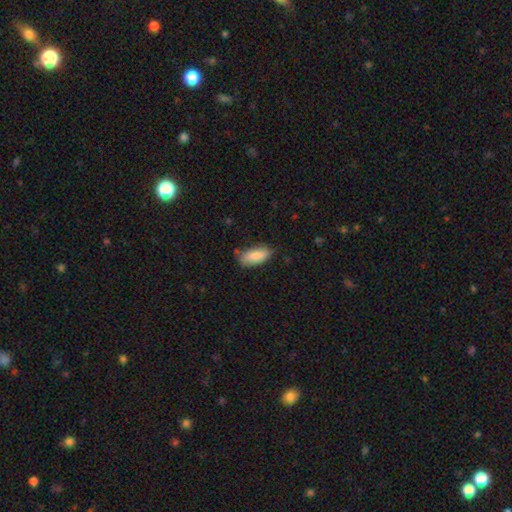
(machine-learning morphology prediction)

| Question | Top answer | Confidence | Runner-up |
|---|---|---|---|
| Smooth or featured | smooth | 86% | featured or disk (8%) |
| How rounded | in between | 87% | cigar-shaped (11%) |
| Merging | none | 72% | minor disturbance (22%) |